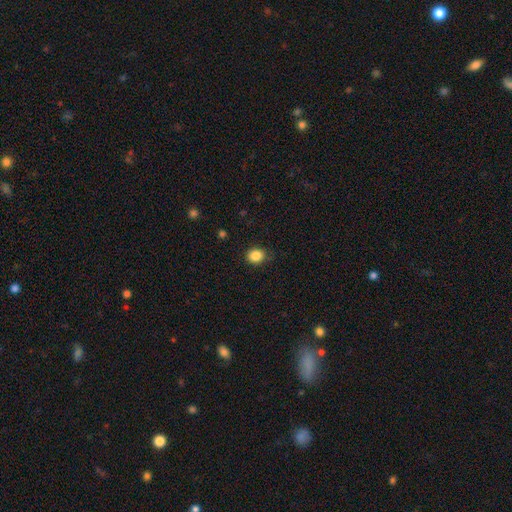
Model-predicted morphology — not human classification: smooth 86%, star or artifact 10%, featured or disk 4%. Down the decision tree: how rounded — round (67%); merging — none (84%).